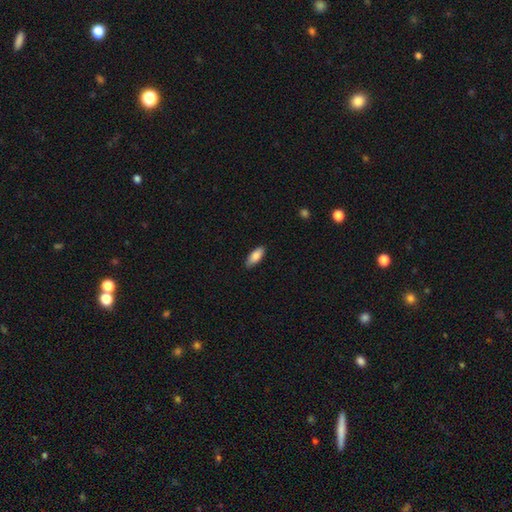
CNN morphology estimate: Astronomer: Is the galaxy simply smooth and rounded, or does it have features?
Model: smooth — 83%.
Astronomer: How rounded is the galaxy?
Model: in between — 80%.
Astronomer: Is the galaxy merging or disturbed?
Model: none — 84%.